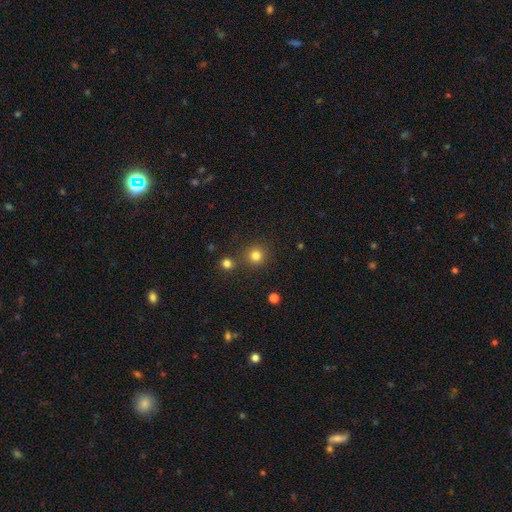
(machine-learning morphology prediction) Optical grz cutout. It shows a smooth galaxy with no disk features (81%) that is round (94%). Merging: none (82%).